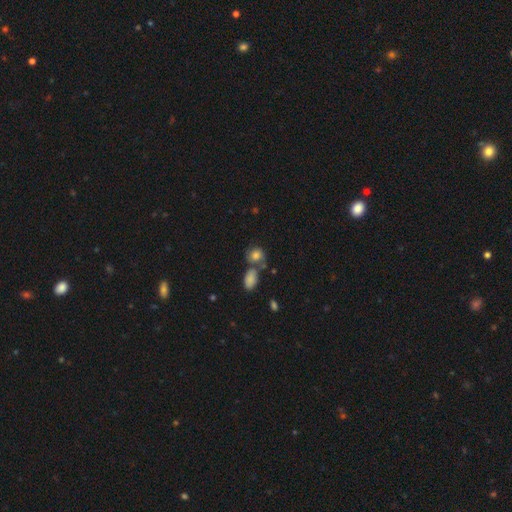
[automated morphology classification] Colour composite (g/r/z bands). It shows a smooth galaxy with no disk features (79%) that is round (62%). Merging: none (45%).